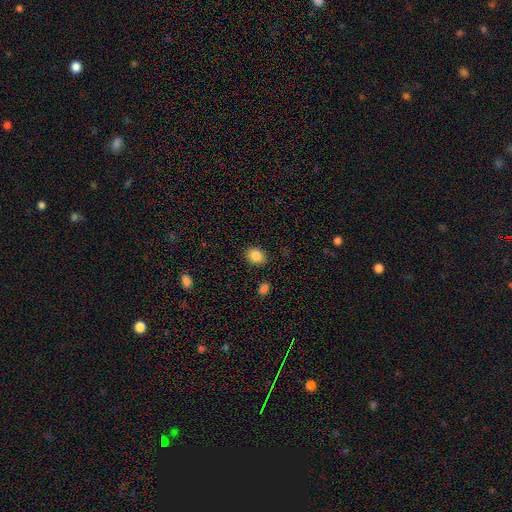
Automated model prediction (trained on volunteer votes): Q: Smooth or featured?
A: smooth (86%); runner-up: star or artifact (9%)
Q: How rounded?
A: round (56%); runner-up: in between (43%)
Q: Merging?
A: none (85%); runner-up: minor disturbance (10%)